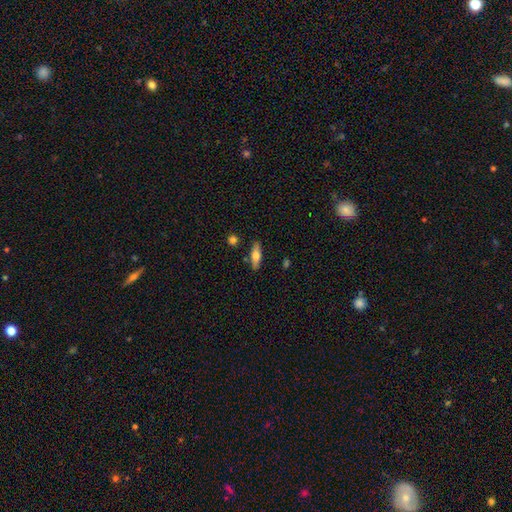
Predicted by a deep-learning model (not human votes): This appears to be a smooth galaxy with no disk features (55%) that is in between round and cigar-shaped (49%). Merging: none (84%).